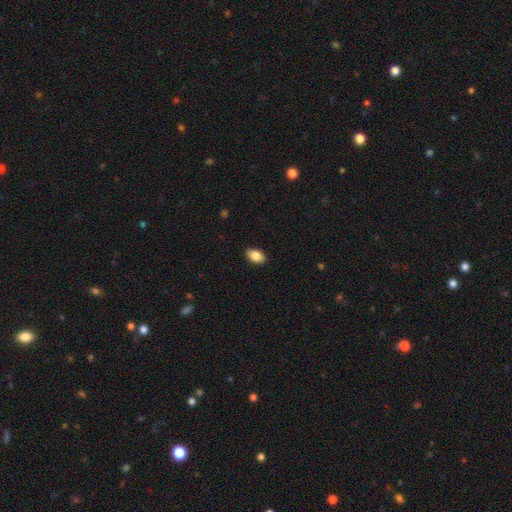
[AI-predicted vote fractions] Smooth or featured?
  - smooth: 86% *
  - star or artifact: 8%
  - featured or disk: 7%
How rounded?
  - in between: 90% *
  - round: 9%
  - cigar-shaped: 1%
Merging?
  - none: 89% *
  - minor disturbance: 8%
  - major disturbance: 2%
  - merger: 1%